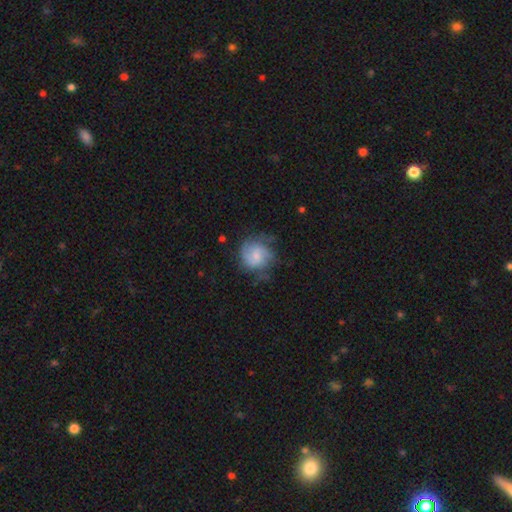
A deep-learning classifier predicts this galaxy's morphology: type=smooth (51%); roundness=round (81%); merging=none (54%).